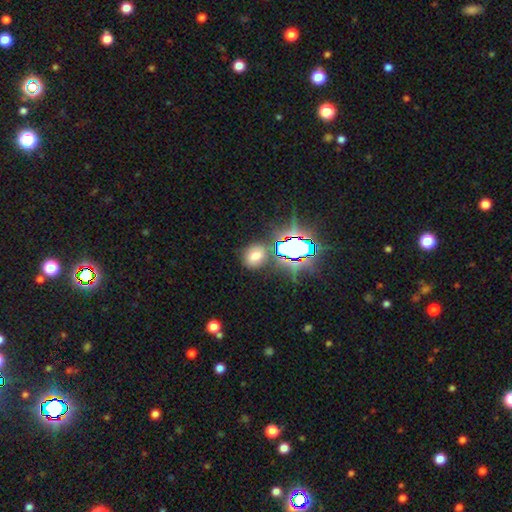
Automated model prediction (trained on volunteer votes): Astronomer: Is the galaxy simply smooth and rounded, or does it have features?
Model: smooth — 60%.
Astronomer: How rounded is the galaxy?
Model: round — 50% (runner-up: in between, 48%).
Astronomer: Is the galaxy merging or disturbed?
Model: none — 78%.